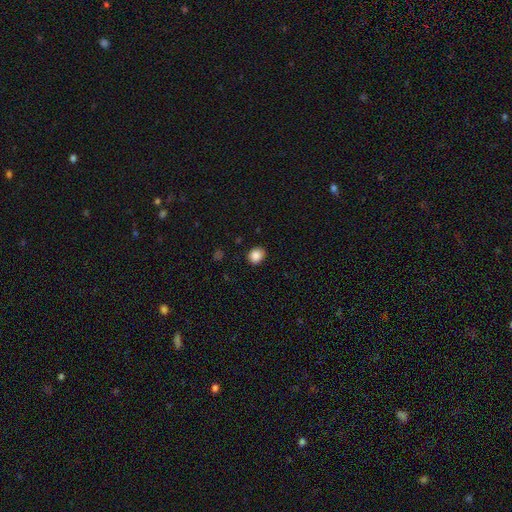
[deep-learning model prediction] smooth_or_featured: smooth (p=0.87) [alt: star or artifact p=0.09]
how_rounded: round (p=0.63) [alt: in between p=0.37]
merging: none (p=0.89) [alt: minor disturbance p=0.08]